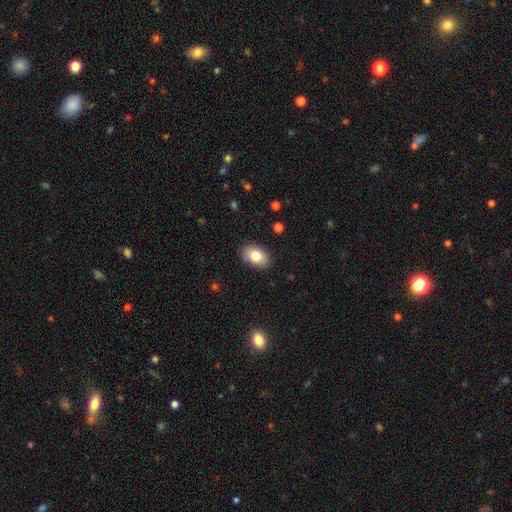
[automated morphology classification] smooth-or-featured: smooth: 81% | featured or disk: 12% | star or artifact: 7%
  how-rounded: in between: 87% | round: 12% | cigar-shaped: 1%
  merging: none: 86% | minor disturbance: 11% | major disturbance: 2% | merger: 1%